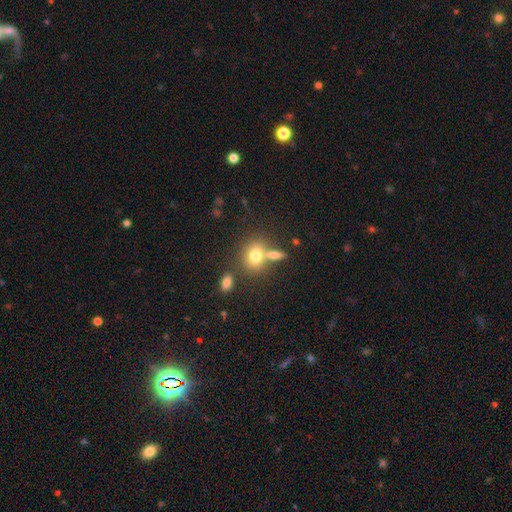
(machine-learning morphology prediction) smooth-or-featured: smooth: 75% | featured or disk: 14% | star or artifact: 11%
  how-rounded: round: 57% | in between: 41% | cigar-shaped: 2%
  merging: none: 54% | merger: 30% | minor disturbance: 12% | major disturbance: 5%